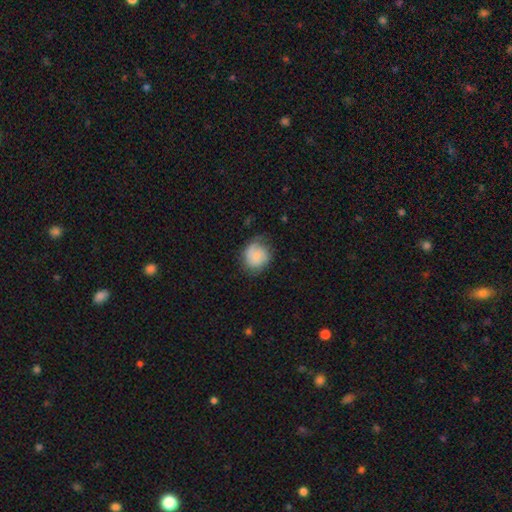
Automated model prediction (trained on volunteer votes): smooth_or_featured: smooth (p=0.65) [alt: featured or disk p=0.27]
how_rounded: round (p=0.81) [alt: in between p=0.18]
merging: none (p=0.61) [alt: minor disturbance p=0.27]